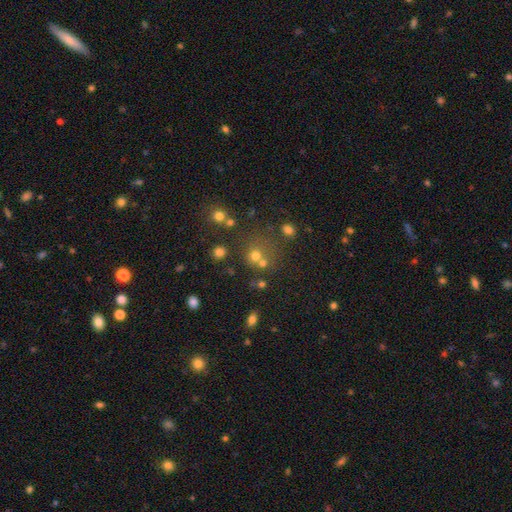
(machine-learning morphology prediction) Q: Smooth or featured?
A: smooth (66%); runner-up: star or artifact (22%)
Q: How rounded?
A: round (84%); runner-up: in between (15%)
Q: Merging?
A: none (55%); runner-up: merger (30%)